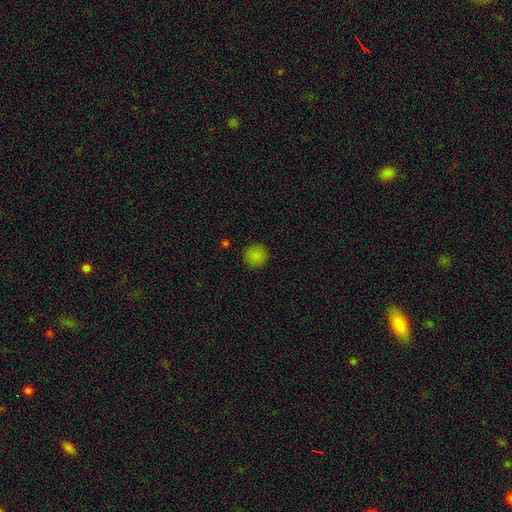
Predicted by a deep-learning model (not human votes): Overall: smooth (84%). How rounded: round (94%). Merging: none (90%).